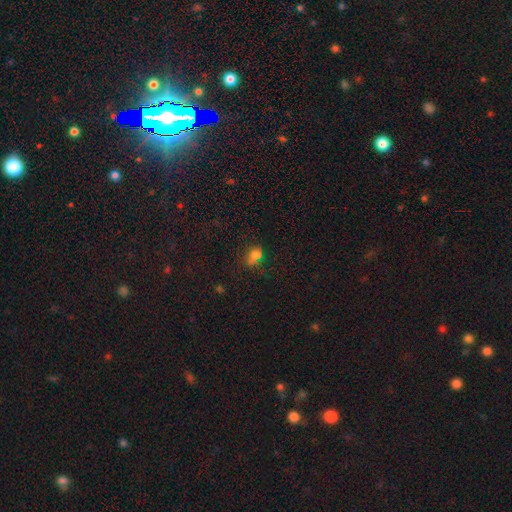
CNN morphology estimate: A smooth galaxy with no disk features (70%) that is in between round and cigar-shaped (61%). Merging: none (54%).